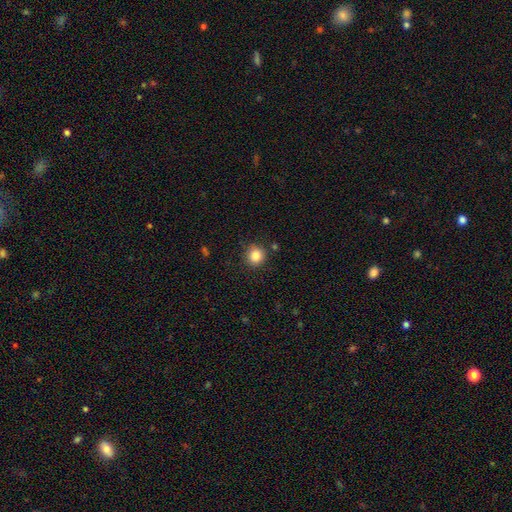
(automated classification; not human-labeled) Morphology: type=smooth (84%); roundness=round (90%); merging=none (86%).